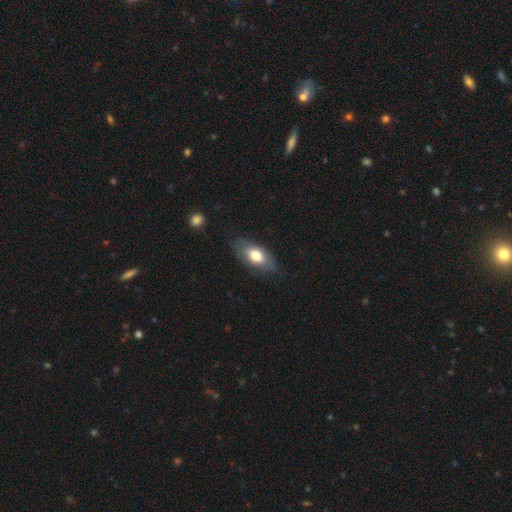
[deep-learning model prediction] smooth-or-featured: smooth: 70% | featured or disk: 23% | star or artifact: 6%
  how-rounded: in between: 88% | cigar-shaped: 8% | round: 4%
  merging: none: 77% | minor disturbance: 17% | major disturbance: 4% | merger: 1%